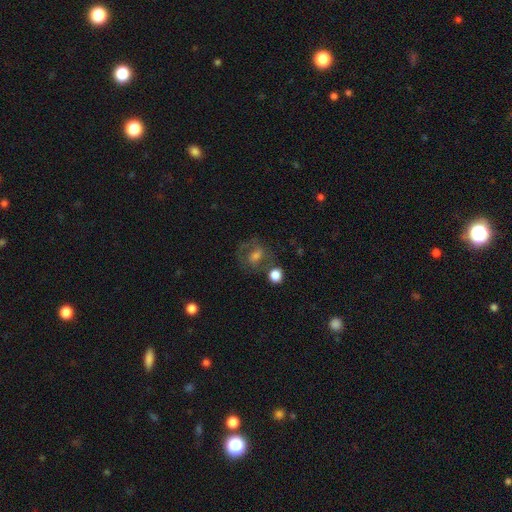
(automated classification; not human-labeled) smooth_or_featured: featured or disk (p=0.43) [alt: smooth p=0.42]
merging: none (p=0.55) [alt: minor disturbance p=0.18]